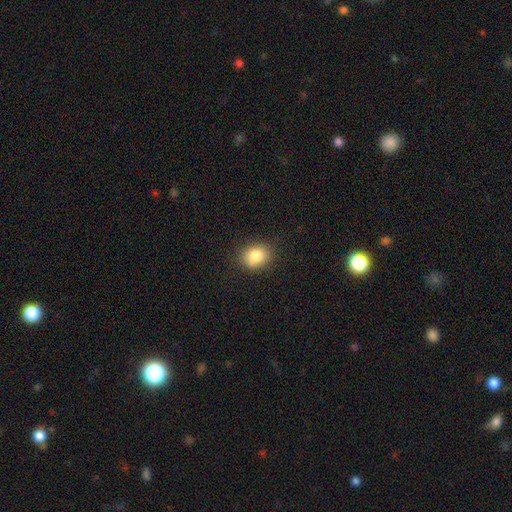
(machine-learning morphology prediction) Overall: smooth (84%). How rounded: in between (51%; round 48%). Merging: none (81%).